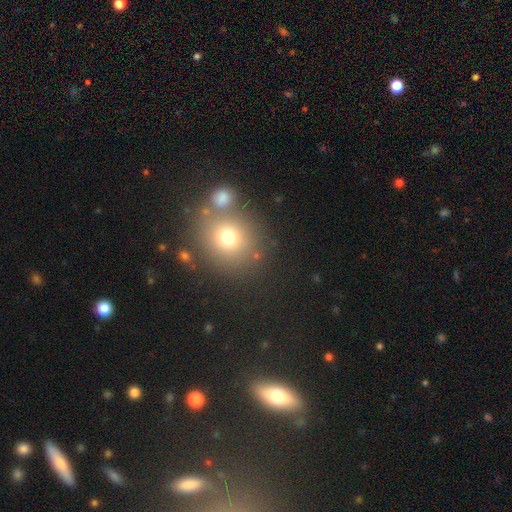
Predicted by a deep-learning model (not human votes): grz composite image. It shows a smooth galaxy with no disk features (71%) that is round (82%). Merging: none (69%).